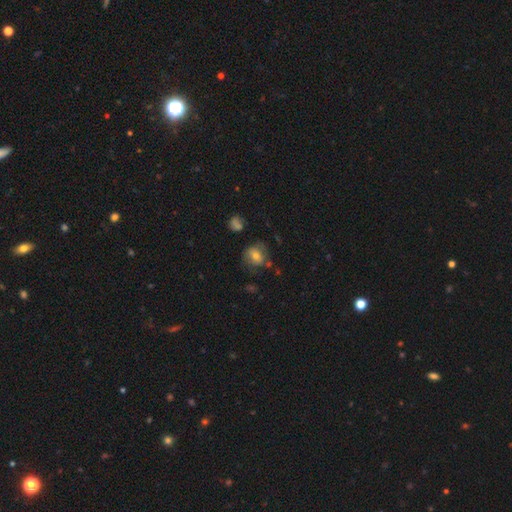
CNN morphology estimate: Overall: smooth (61%; featured or disk 28%). How rounded: round (67%; in between 32%). Merging: none (60%; minor disturbance 23%).